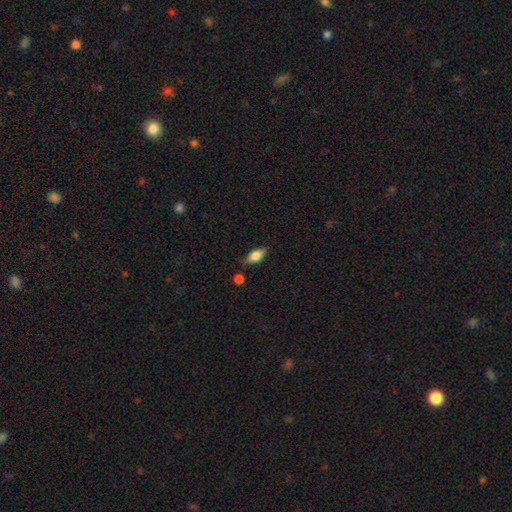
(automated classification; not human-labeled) Overall: smooth (68%). How rounded: in between (79%). Merging: none (76%).